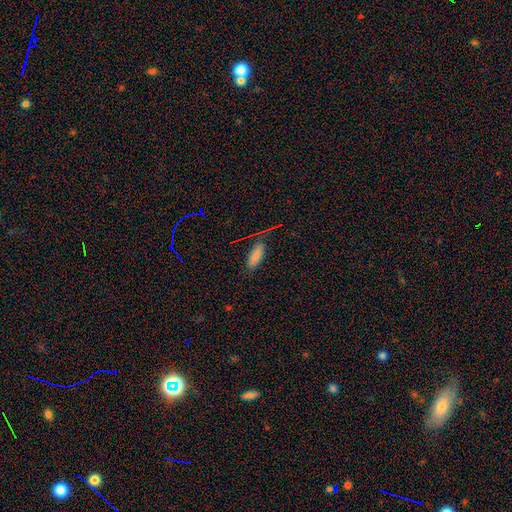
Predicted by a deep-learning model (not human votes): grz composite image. It shows a smooth galaxy with no disk features (79%) that is in between round and cigar-shaped (77%). Merging: none (70%).